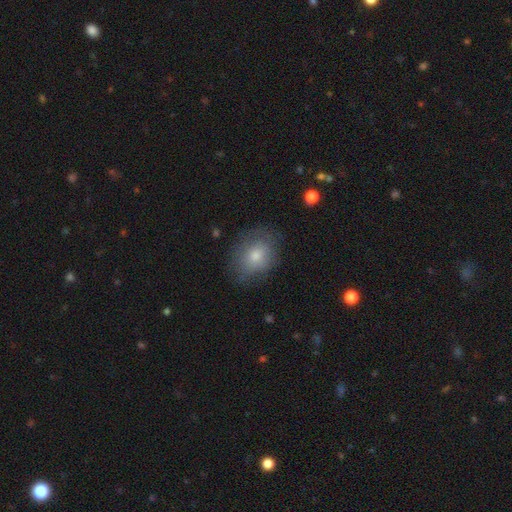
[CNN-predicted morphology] This appears to be a smooth galaxy with no disk features (71%) that is in between round and cigar-shaped (57%). Merging: none (73%).